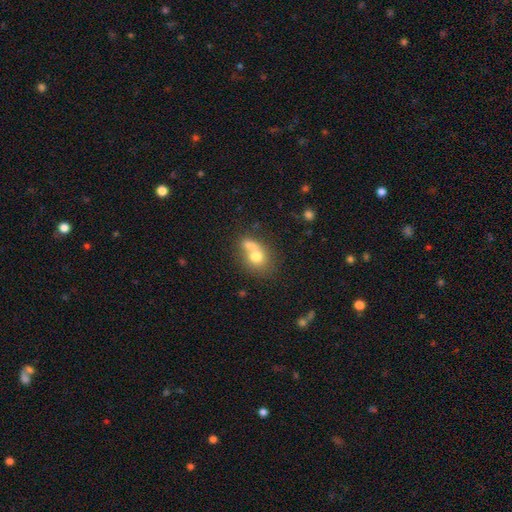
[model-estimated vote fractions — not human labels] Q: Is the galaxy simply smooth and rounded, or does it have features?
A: smooth — 71%.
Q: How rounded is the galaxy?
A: round — 58%.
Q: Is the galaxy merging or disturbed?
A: merger — 56%.